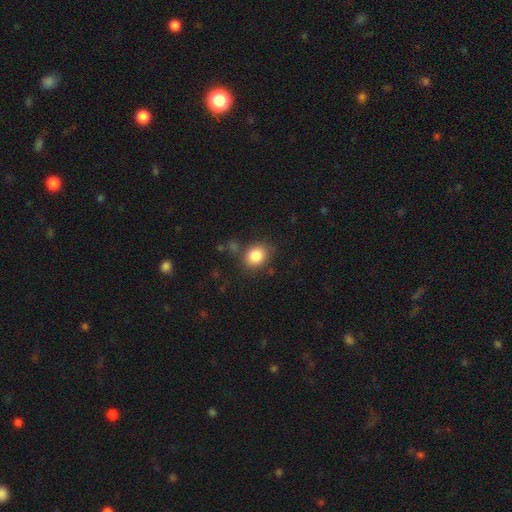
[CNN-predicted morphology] The model was most divided on "how rounded": round: 55%, in between: 44%, cigar-shaped: 1%. More confident: smooth or featured — smooth (84%); merging — none (77%).